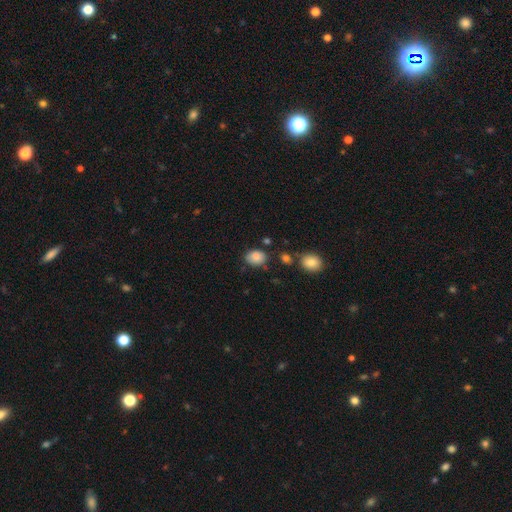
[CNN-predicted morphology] type=smooth (82%); roundness=in between (67%); merging=none (77%).